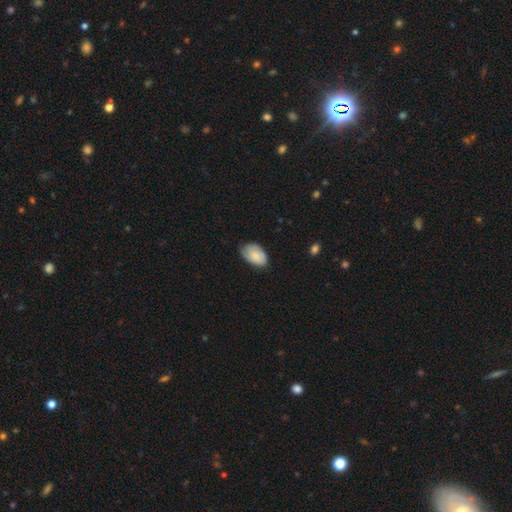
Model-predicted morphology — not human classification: smooth 79%, featured or disk 15%, star or artifact 6%. Down the decision tree: how rounded — in between (91%); merging — none (61%).